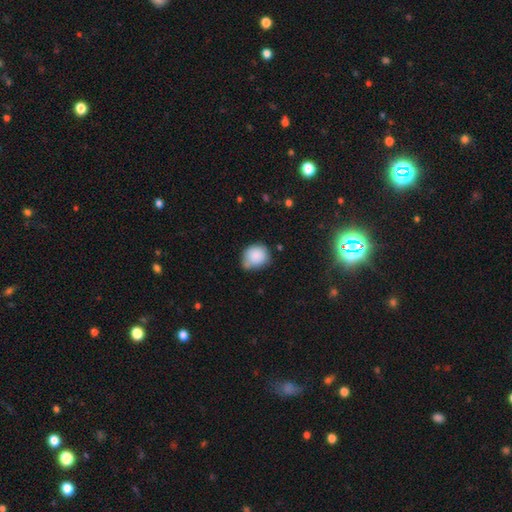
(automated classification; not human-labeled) Smooth or featured?
  - smooth: 86% *
  - star or artifact: 8%
  - featured or disk: 6%
How rounded?
  - round: 70% *
  - in between: 30%
  - cigar-shaped: 1%
Merging?
  - none: 52% *
  - minor disturbance: 35%
  - major disturbance: 7%
  - merger: 6%